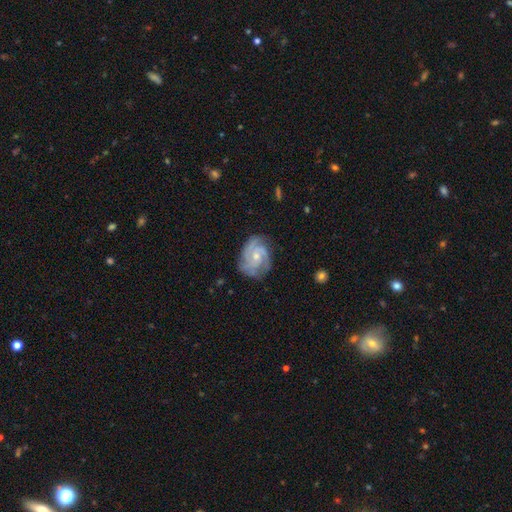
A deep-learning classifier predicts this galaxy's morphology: The model was most divided on "bulge size": small: 51%, moderate: 45%, none: 2%, large: 2%, dominant: 1%. Remaining: edge-on disk — no (98%); spiral arms — yes (97%); smooth or featured — featured or disk (84%); merging — none (73%); bar — no (69%); spiral winding — tight (54%); spiral arm count — 3 (47%).